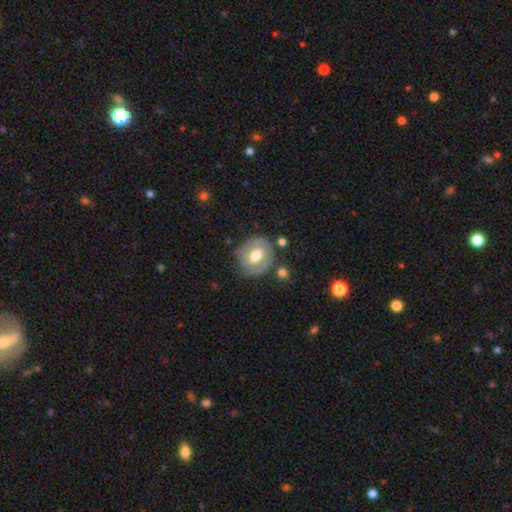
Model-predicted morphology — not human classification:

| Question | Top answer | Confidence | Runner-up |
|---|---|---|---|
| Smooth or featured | featured or disk | 61% | smooth (33%) |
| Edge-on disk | no | 96% | yes (4%) |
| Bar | no | 47% | weak (39%) |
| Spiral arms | yes | 57% | no (43%) |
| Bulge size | moderate | 66% | large (25%) |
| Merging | none | 72% | minor disturbance (18%) |